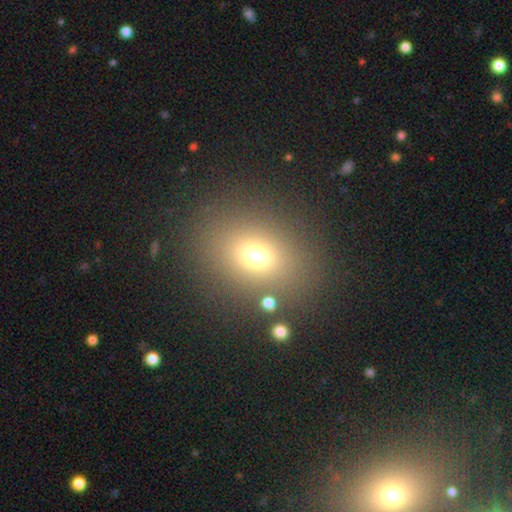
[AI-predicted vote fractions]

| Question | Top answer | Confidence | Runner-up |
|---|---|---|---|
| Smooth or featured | smooth | 68% | star or artifact (20%) |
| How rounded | in between | 54% | round (45%) |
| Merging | none | 81% | minor disturbance (9%) |